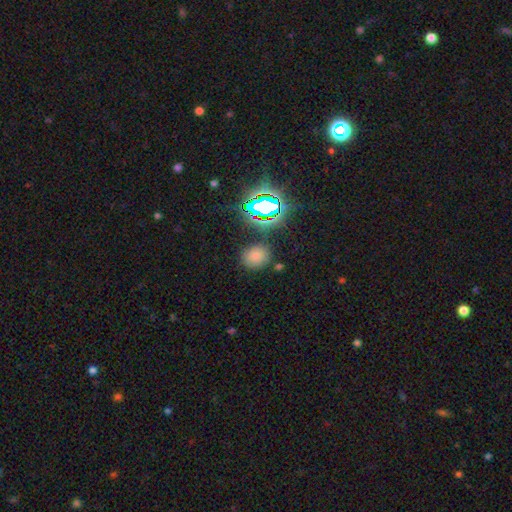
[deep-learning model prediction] Smooth or featured?
  - smooth: 69% *
  - star or artifact: 24%
  - featured or disk: 7%
How rounded?
  - round: 56% *
  - in between: 42%
  - cigar-shaped: 1%
Merging?
  - none: 79% *
  - minor disturbance: 12%
  - merger: 4%
  - major disturbance: 4%